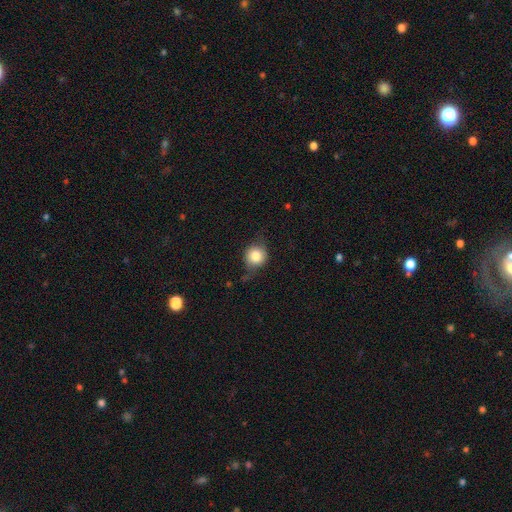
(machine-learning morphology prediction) The model was most divided on "merging": none: 63%, minor disturbance: 27%, major disturbance: 8%, merger: 2%. More confident: how rounded — round (85%); smooth or featured — smooth (75%).